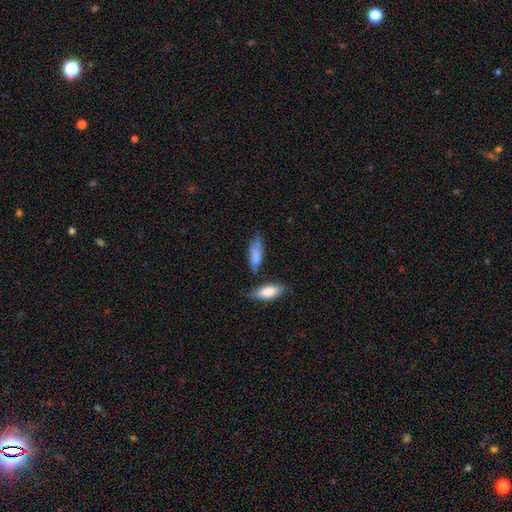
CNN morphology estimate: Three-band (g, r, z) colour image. It shows a smooth galaxy with no disk features (77%) that is in between round and cigar-shaped (61%). Merging: none (50%).